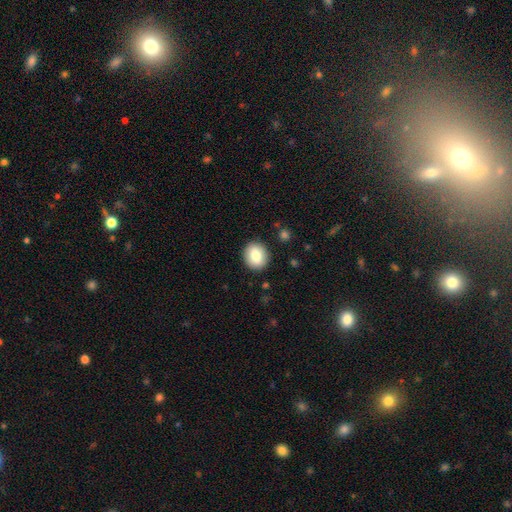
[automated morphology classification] Smooth or featured? Predicted: smooth (p=0.80). How rounded? Predicted: round (p=0.63). Merging? Predicted: none (p=0.89).